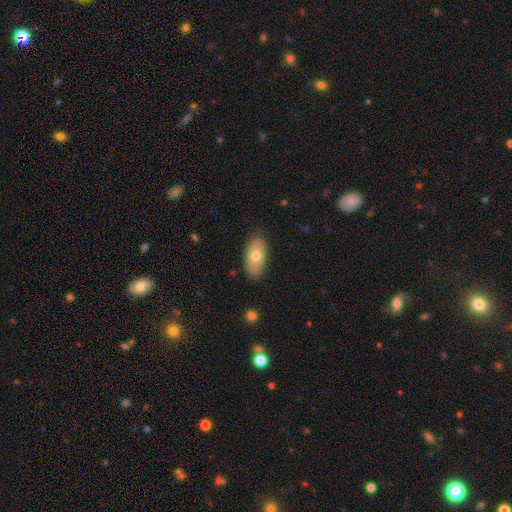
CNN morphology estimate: This is likely a smooth galaxy (68%). How rounded: clearly in between (92%). Merging: clearly none (82%).